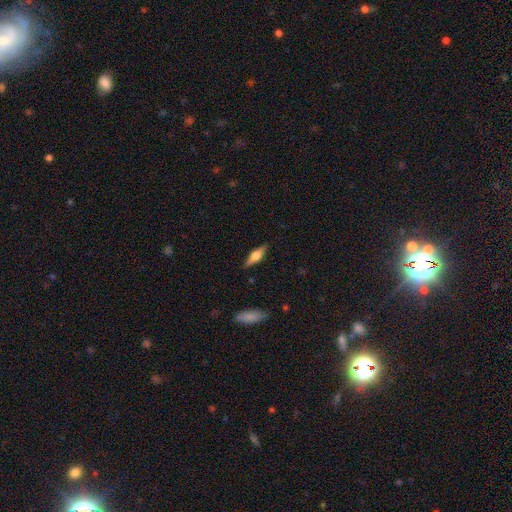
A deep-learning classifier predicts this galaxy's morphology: Smooth or featured? Predicted: featured or disk (p=0.57). Edge-on disk? Predicted: yes (p=0.95). Edge-on bulge? Predicted: rounded (p=0.89). Merging? Predicted: none (p=0.87).